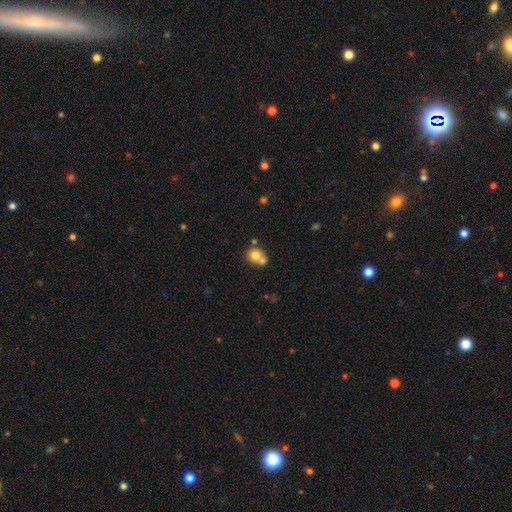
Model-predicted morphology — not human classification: type=smooth (74%); roundness=round (76%); merging=merger (50%).